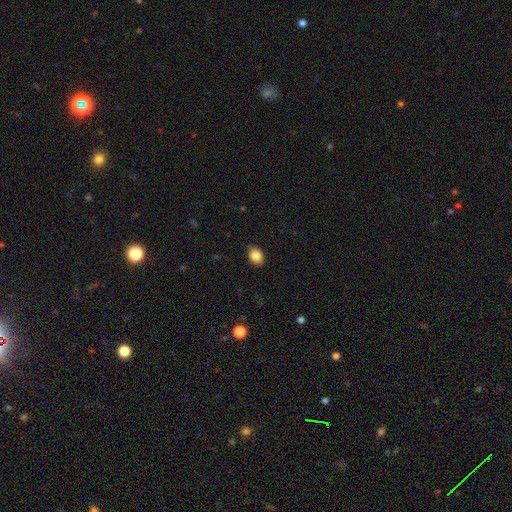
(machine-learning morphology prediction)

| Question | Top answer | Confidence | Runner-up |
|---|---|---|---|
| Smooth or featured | smooth | 86% | star or artifact (9%) |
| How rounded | in between | 71% | round (28%) |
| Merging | none | 87% | minor disturbance (10%) |